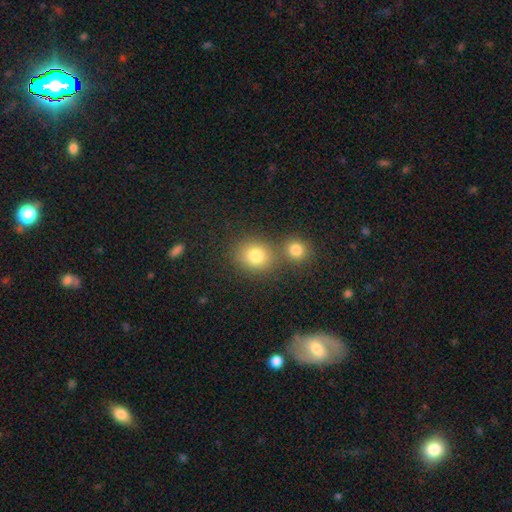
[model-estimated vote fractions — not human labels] This is likely a smooth galaxy (80%). How rounded: likely round (74%). Merging: possibly none (59%).